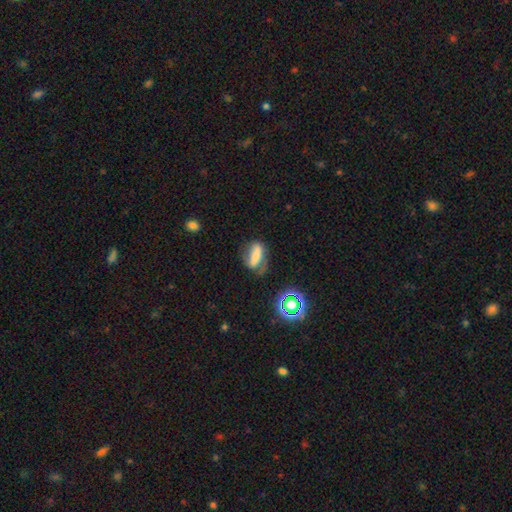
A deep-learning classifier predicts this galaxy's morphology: Smooth or featured? smooth (63%)
How rounded? in between (66%)
Merging? none (47%)